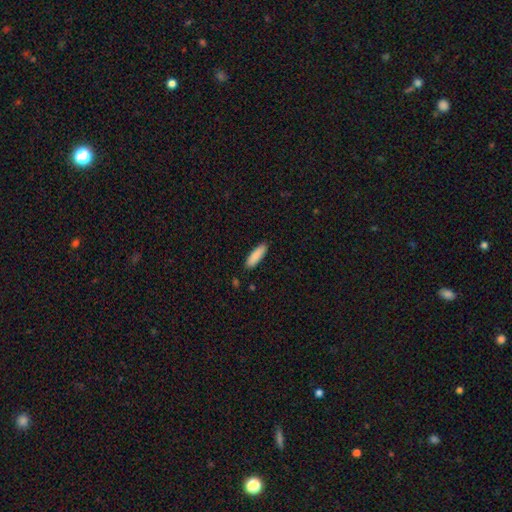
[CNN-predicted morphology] A smooth galaxy with no disk features (89%) that is cigar-shaped (53%).

Vote fractions:
- Smooth or featured? smooth: 89% / star or artifact: 6% / featured or disk: 6%
- How rounded? cigar-shaped: 53% / in between: 46% / round: 1%
- Merging? none: 88% / minor disturbance: 9% / major disturbance: 2% / merger: 1%